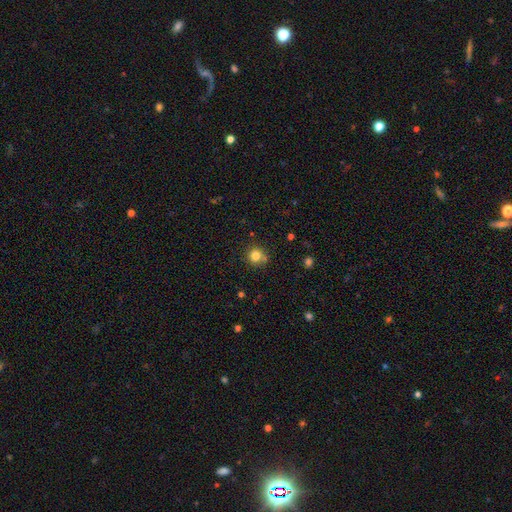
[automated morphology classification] smooth 80%, star or artifact 13%, featured or disk 7%. Down the decision tree: how rounded — round (93%); merging — none (75%).